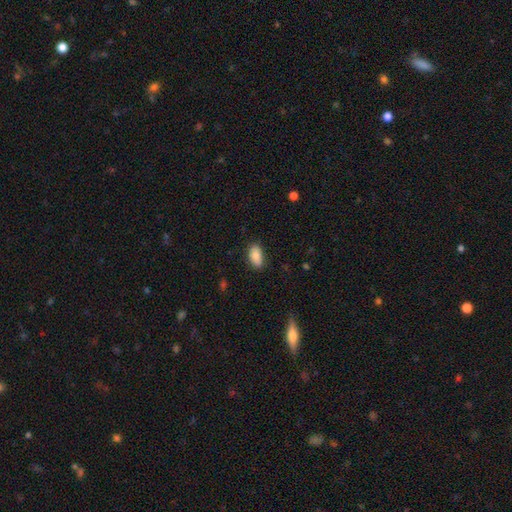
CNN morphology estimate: A smooth galaxy with no disk features (87%) that is in between round and cigar-shaped (93%). Merging: none (82%).